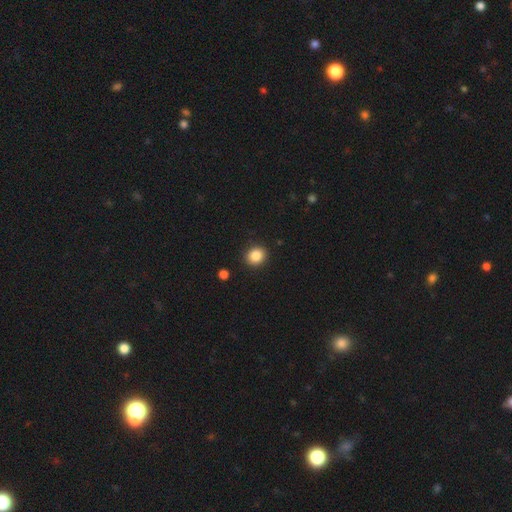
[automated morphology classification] smooth 86%, star or artifact 10%, featured or disk 5%. Down the decision tree: how rounded — round (79%); merging — none (91%).